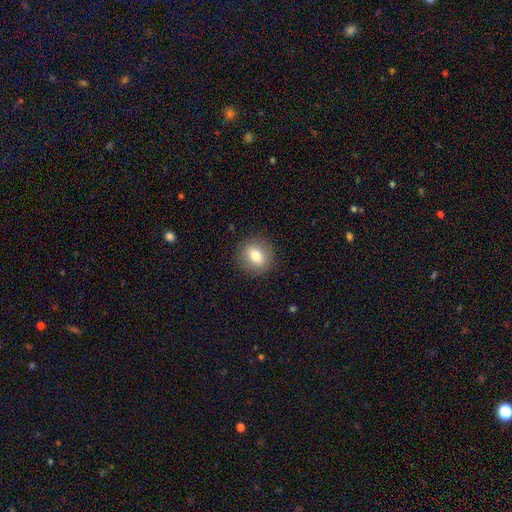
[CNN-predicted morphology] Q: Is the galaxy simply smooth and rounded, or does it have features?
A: smooth — 76%.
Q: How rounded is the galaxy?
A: round — 70%.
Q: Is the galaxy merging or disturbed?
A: none — 87%.